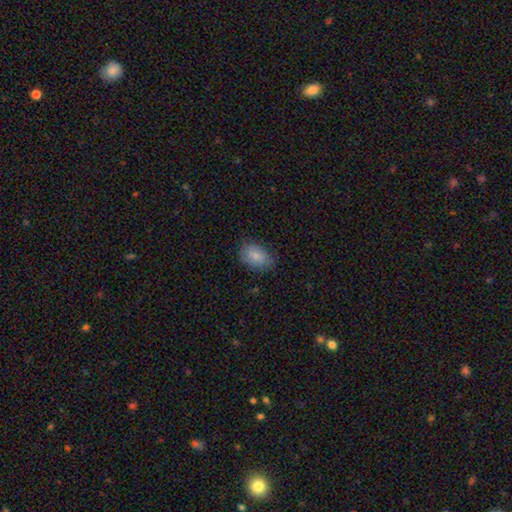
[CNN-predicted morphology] Smooth or featured? Predicted: smooth (p=0.84). How rounded? Predicted: in between (p=0.85). Merging? Predicted: none (p=0.77).